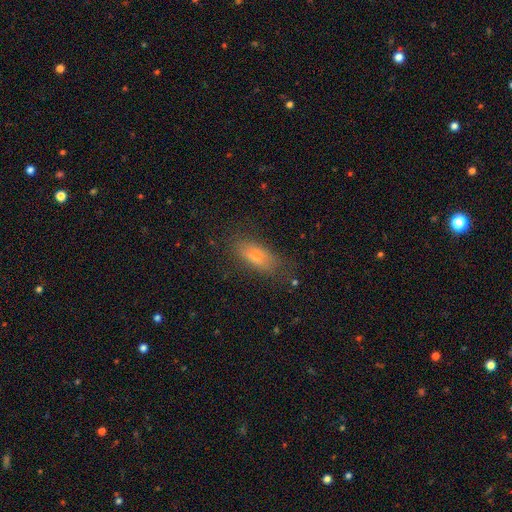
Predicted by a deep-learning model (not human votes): Overall: smooth (71%). How rounded: in between (70%). Merging: none (76%).